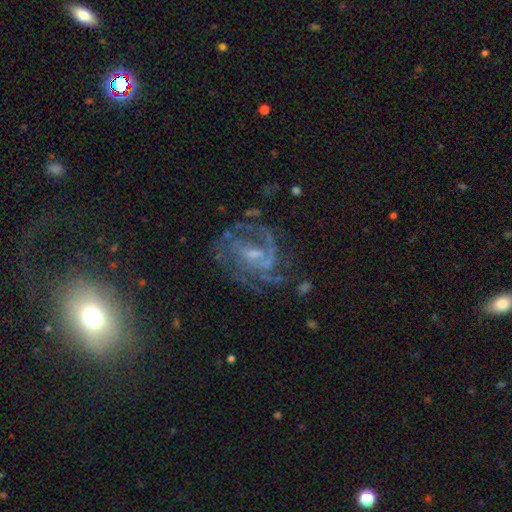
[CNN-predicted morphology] Smooth or featured?
  - featured or disk: 82% *
  - star or artifact: 10%
  - smooth: 8%
Edge-on disk?
  - no: 98% *
  - yes: 2%
Bar?
  - weak: 47% *
  - no: 41%
  - strong: 12%
Spiral arms?
  - yes: 89% *
  - no: 11%
Spiral winding?
  - medium: 46% *
  - tight: 38%
  - loose: 16%
Spiral arm count?
  - can't tell: 30% *
  - 3: 25%
  - 2: 22%
  - 4: 10%
  - 1: 7%
  - more than 4: 6%
Bulge size?
  - small: 54% *
  - moderate: 30%
  - none: 13%
  - large: 2%
  - dominant: 1%
Merging?
  - none: 58% *
  - major disturbance: 21%
  - minor disturbance: 18%
  - merger: 3%